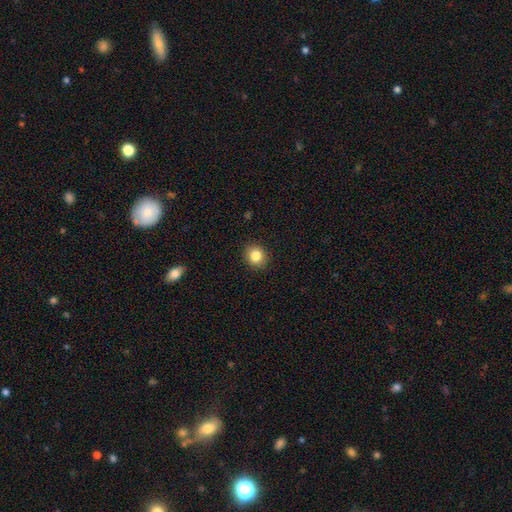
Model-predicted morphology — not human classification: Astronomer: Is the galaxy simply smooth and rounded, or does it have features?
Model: smooth — 83%.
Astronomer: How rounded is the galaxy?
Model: round — 76%.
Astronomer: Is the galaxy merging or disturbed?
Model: none — 90%.